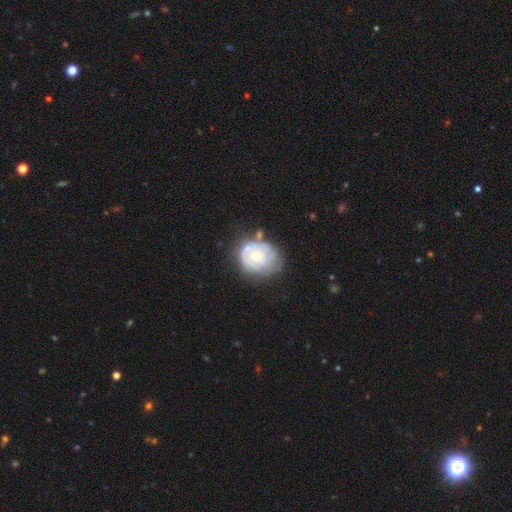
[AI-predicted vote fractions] A featured or disk galaxy (62%) with no bar (84%), spiral arms (62%) and a small central bulge (52%). Merging: none (49%).